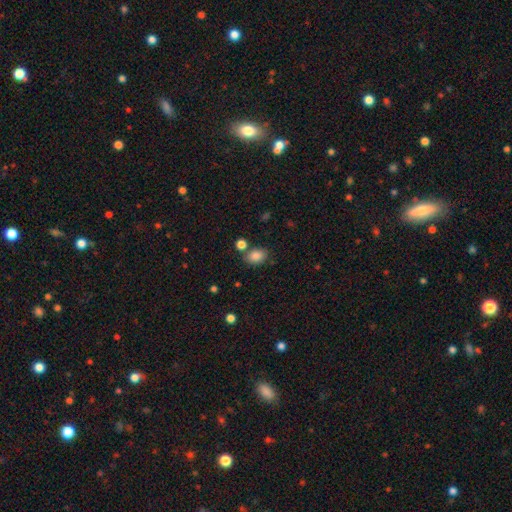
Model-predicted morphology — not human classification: smooth 85%, star or artifact 10%, featured or disk 5%. Down the decision tree: how rounded — in between (68%); merging — none (70%).